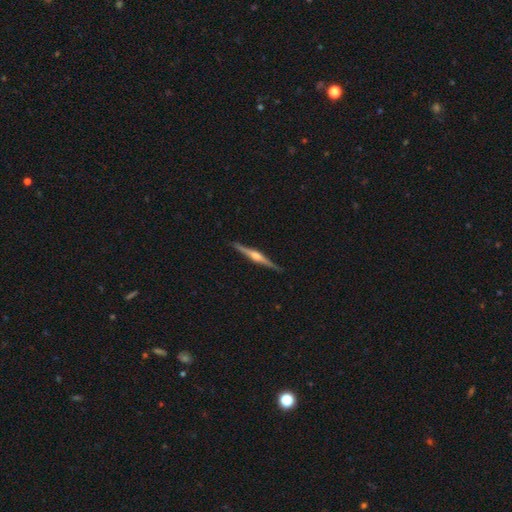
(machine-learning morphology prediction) featured or disk 82%, smooth 13%, star or artifact 5%. Down the decision tree: edge-on disk — yes (99%); edge-on bulge — rounded (88%); merging — none (91%).